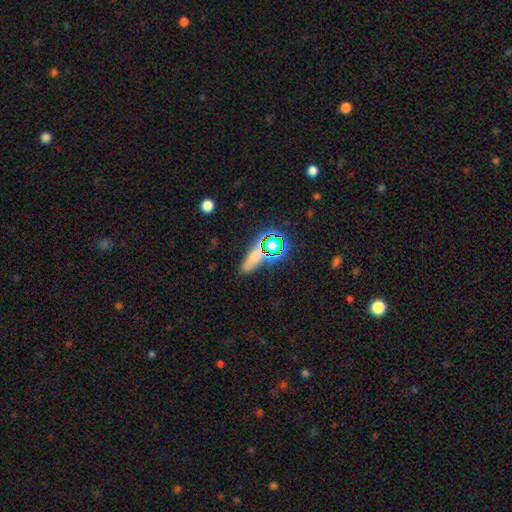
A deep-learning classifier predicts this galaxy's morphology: A smooth galaxy with no disk features (45%). Merging: none (67%).